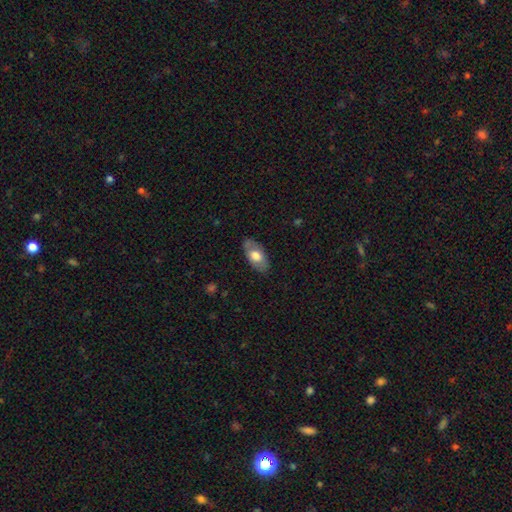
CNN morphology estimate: Overall: smooth (64%; featured or disk 31%). How rounded: in between (93%). Merging: none (79%).